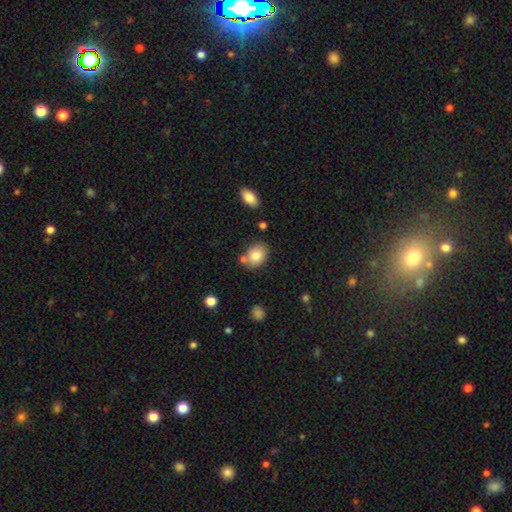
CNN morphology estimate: This appears to be a smooth galaxy with no disk features (79%) that is in between round and cigar-shaped (64%). Merging: none (70%).